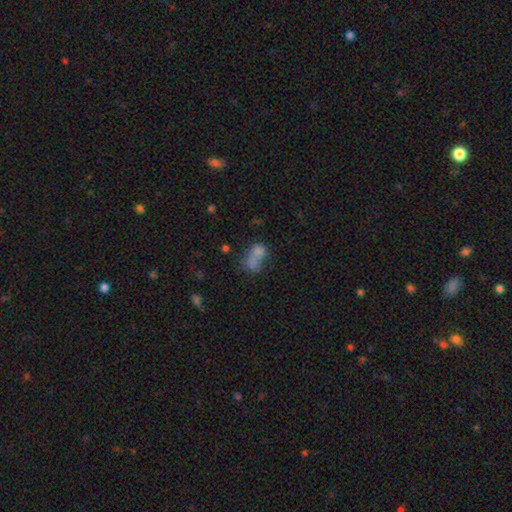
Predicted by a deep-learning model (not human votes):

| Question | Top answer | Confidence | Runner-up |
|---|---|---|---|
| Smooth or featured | smooth | 69% | featured or disk (16%) |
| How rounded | in between | 72% | round (25%) |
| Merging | merger | 53% | none (22%) |